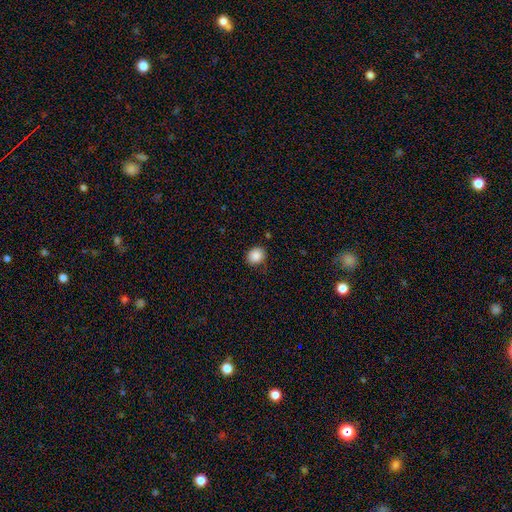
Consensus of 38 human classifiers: Smooth or featured: smooth — 92% (star or artifact — 5%)
How rounded: round — 69% (in between — 31%)
Merging: none — 83% (minor disturbance — 8%)